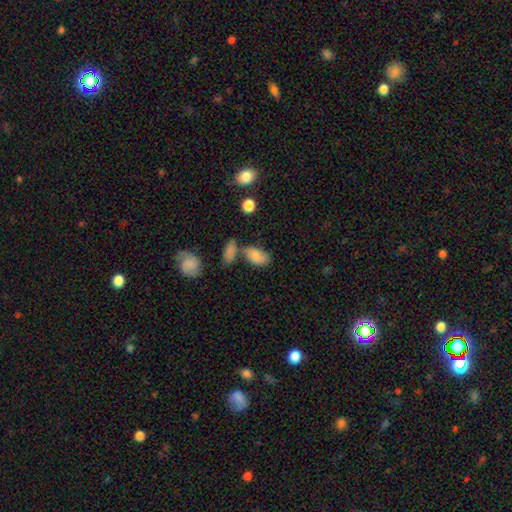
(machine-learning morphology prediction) smooth_or_featured: smooth (p=0.82) [alt: featured or disk p=0.10]
how_rounded: in between (p=0.92) [alt: round p=0.05]
merging: none (p=0.55) [alt: merger p=0.21]